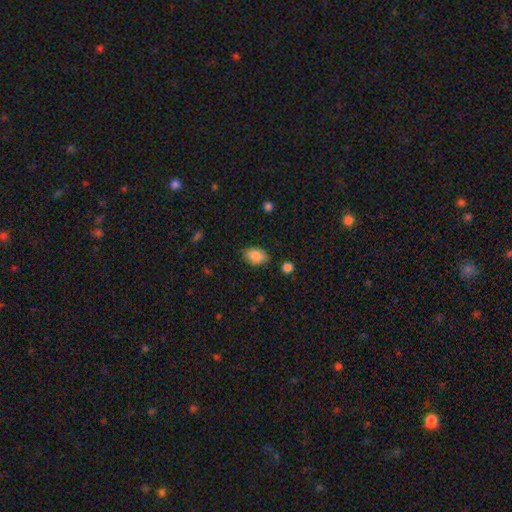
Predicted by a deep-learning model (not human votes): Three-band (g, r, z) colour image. It shows a smooth galaxy with no disk features (85%) that is in between round and cigar-shaped (88%). Merging: none (80%).